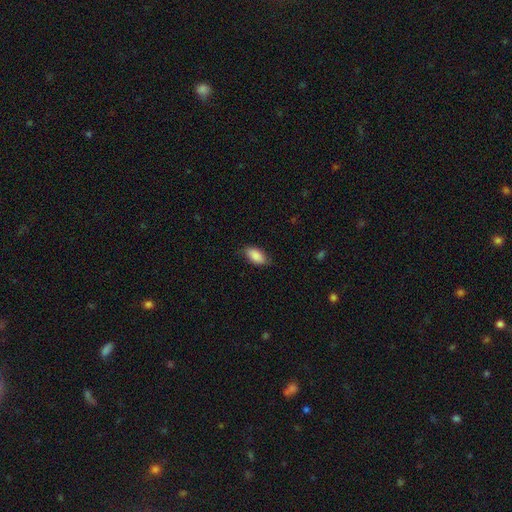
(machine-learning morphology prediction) The model was most divided on "merging": none: 77%, minor disturbance: 18%, major disturbance: 4%, merger: 1%. More confident: how rounded — in between (93%); smooth or featured — smooth (88%).